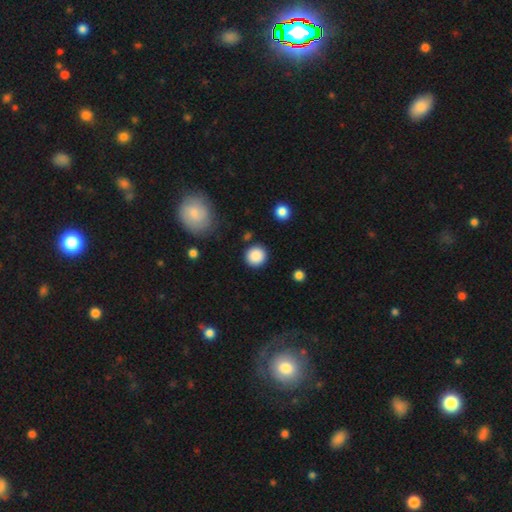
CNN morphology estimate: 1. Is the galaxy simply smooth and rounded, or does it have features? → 87% smooth, 9% star or artifact, 4% featured or disk.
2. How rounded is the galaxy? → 93% round, 6% in between, 1% cigar-shaped.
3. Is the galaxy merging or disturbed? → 88% none, 7% minor disturbance, 3% major disturbance, 2% merger.